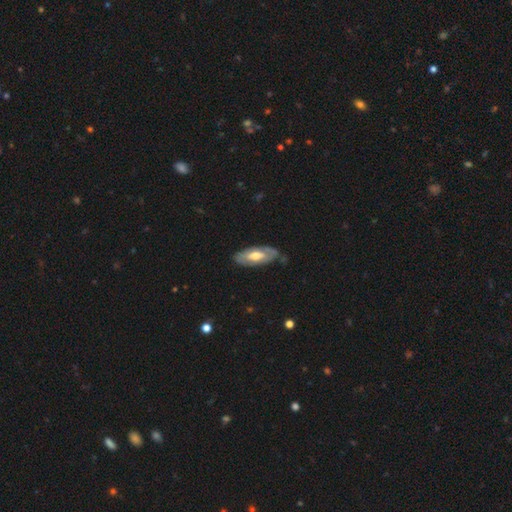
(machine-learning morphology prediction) A featured or disk galaxy (59%).

Vote fractions:
- Smooth or featured? featured or disk: 59% / smooth: 36% / star or artifact: 5%
- Edge-on disk? no: 81% / yes: 19%
- Merging? none: 71% / minor disturbance: 22% / major disturbance: 6% / merger: 2%